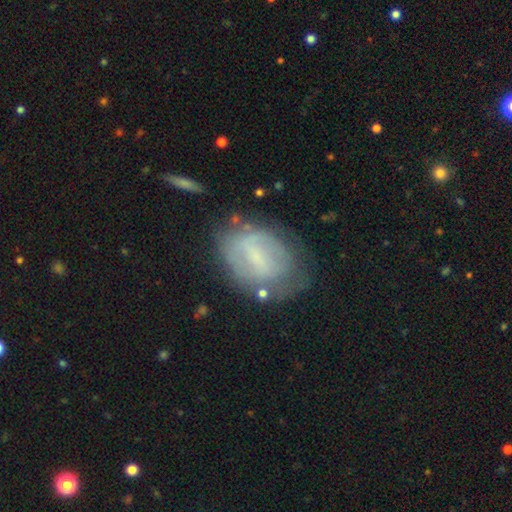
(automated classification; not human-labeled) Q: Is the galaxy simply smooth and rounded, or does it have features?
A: featured or disk — 52%.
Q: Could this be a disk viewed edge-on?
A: no — 95%.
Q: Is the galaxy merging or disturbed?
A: none — 56%.